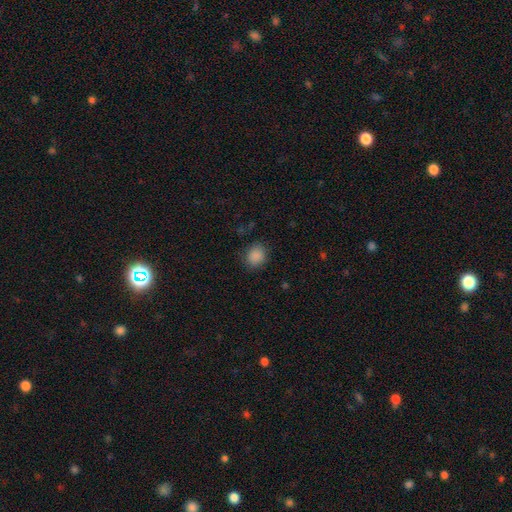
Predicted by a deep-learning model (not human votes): Smooth or featured? smooth (87%)
How rounded? round (70%)
Merging? none (83%)